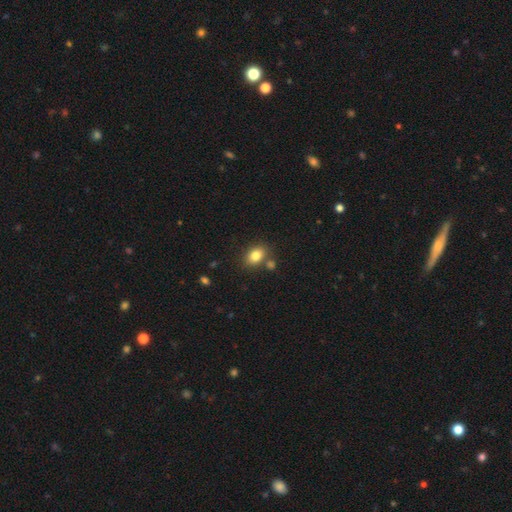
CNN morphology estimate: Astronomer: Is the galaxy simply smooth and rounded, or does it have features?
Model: smooth — 83%.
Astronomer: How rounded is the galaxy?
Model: in between — 68%.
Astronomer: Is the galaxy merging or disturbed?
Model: none — 72%.